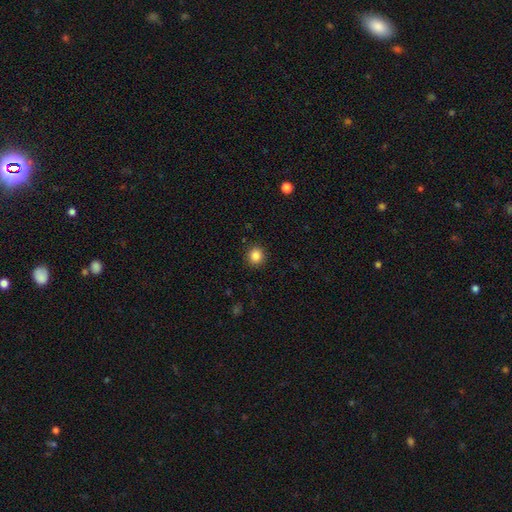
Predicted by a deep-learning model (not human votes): Smooth or featured: smooth — 85% (star or artifact — 11%)
How rounded: round — 91% (in between — 8%)
Merging: none — 92% (minor disturbance — 5%)